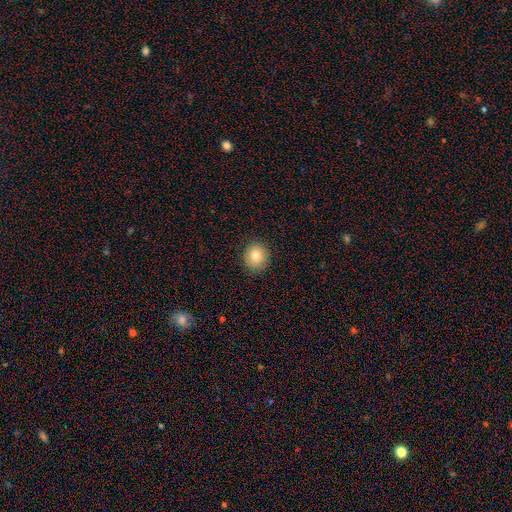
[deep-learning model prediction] Q: Smooth or featured?
A: smooth (80%); runner-up: star or artifact (10%)
Q: How rounded?
A: round (83%); runner-up: in between (16%)
Q: Merging?
A: none (90%); runner-up: minor disturbance (7%)